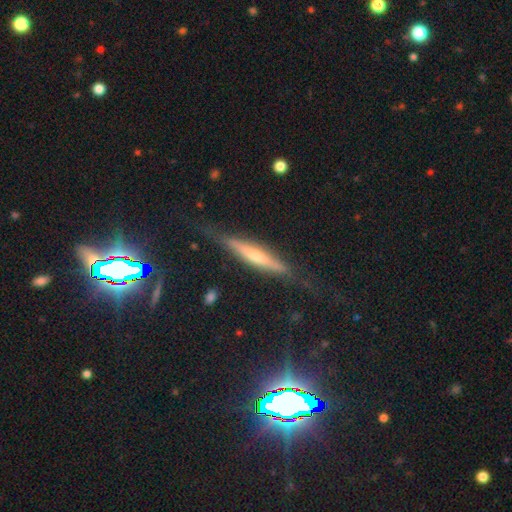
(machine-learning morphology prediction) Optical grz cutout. It shows a featured or disk galaxy (62%) viewed edge-on (92%) with a rounded central bulge (64%). Merging: none (76%).